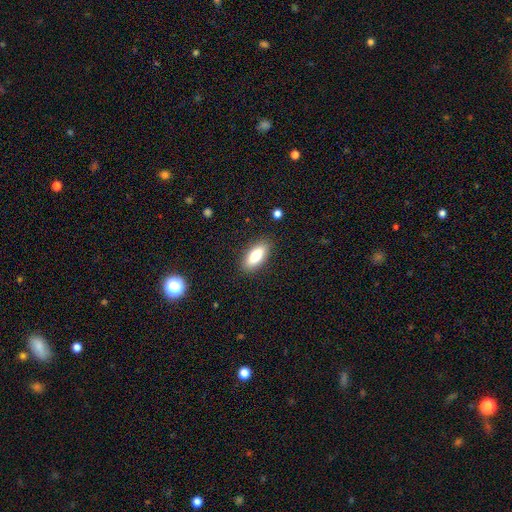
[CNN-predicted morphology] Q: Smooth or featured?
A: smooth (78%); runner-up: featured or disk (15%)
Q: How rounded?
A: in between (80%); runner-up: cigar-shaped (18%)
Q: Merging?
A: none (87%); runner-up: minor disturbance (9%)